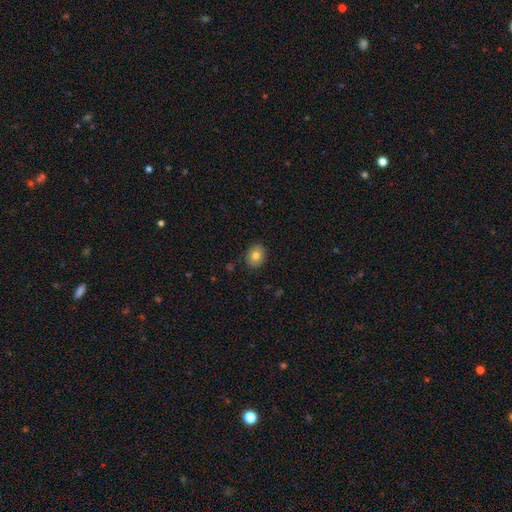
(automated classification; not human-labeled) Q: Smooth or featured?
A: smooth (80%); runner-up: featured or disk (12%)
Q: How rounded?
A: round (50%); runner-up: in between (49%)
Q: Merging?
A: none (87%); runner-up: minor disturbance (9%)